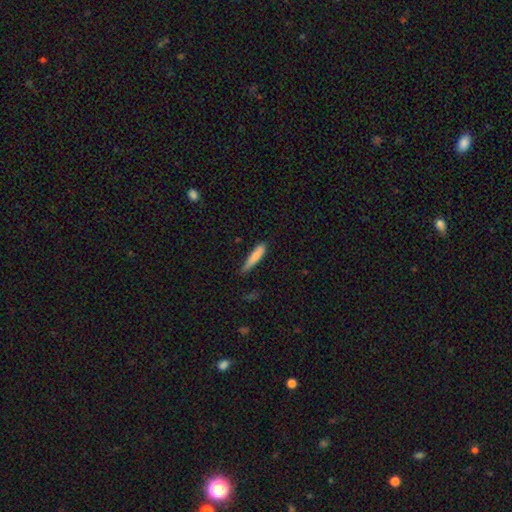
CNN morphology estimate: The model was most divided on "merging": none: 64%, minor disturbance: 29%, major disturbance: 5%, merger: 2%. More confident: how rounded — cigar-shaped (86%); smooth or featured — smooth (80%).